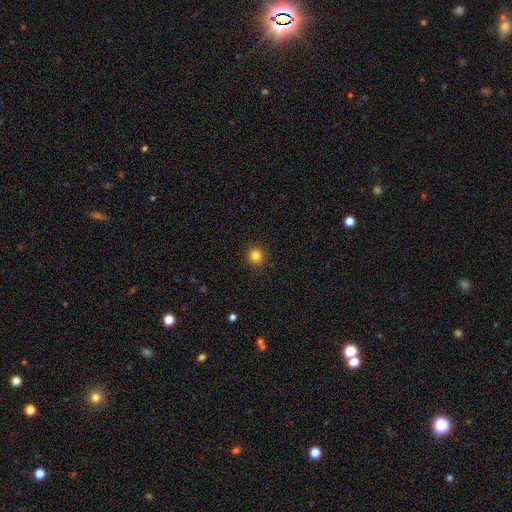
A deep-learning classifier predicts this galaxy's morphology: A smooth galaxy with no disk features (83%) that is round (95%). Merging: none (92%).